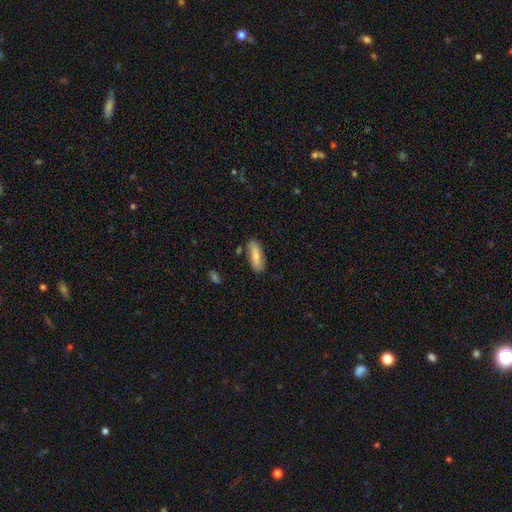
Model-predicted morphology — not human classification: This appears to be a smooth galaxy with no disk features (77%) that is in between round and cigar-shaped (67%). Merging: none (78%).